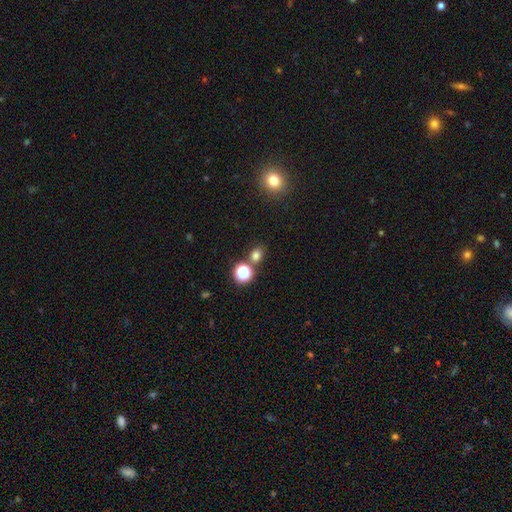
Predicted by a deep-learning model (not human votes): This is likely a smooth galaxy (73%). How rounded: likely round (65%). Merging: likely none (72%).